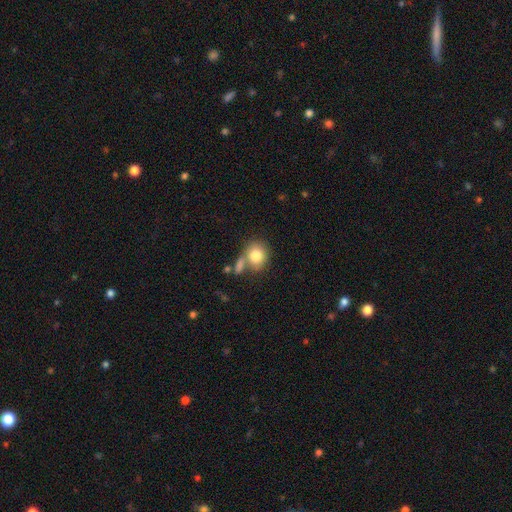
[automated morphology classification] This appears to be a smooth galaxy with no disk features (81%) that is round (74%). Merging: none (54%).